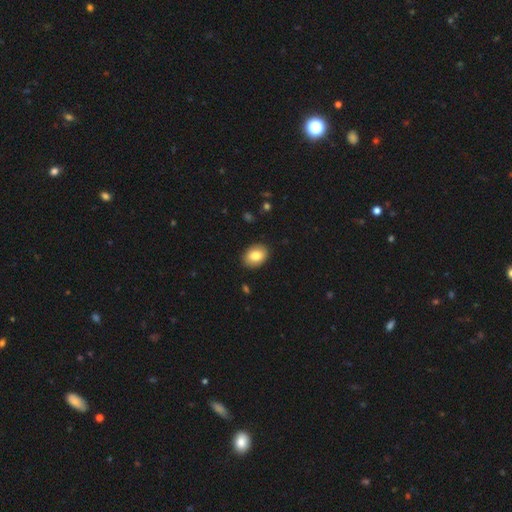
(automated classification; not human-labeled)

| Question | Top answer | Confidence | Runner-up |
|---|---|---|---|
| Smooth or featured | smooth | 82% | featured or disk (10%) |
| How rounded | in between | 75% | round (24%) |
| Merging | none | 90% | minor disturbance (7%) |